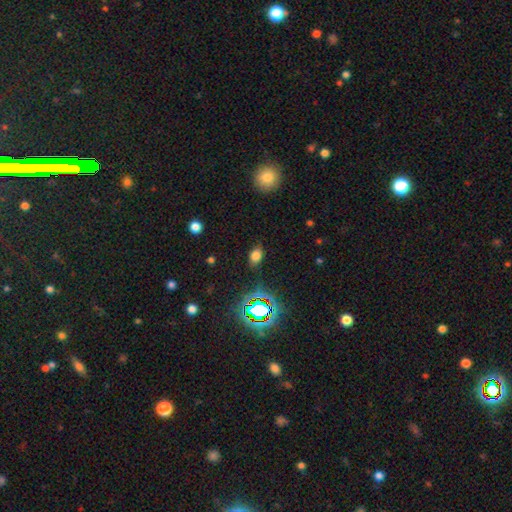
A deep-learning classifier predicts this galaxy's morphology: This is likely a smooth galaxy (70%). How rounded: clearly in between (82%). Merging: clearly none (82%).